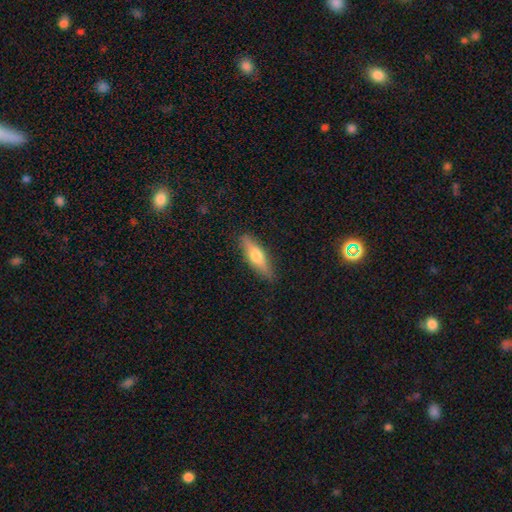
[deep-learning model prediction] Smooth or featured? smooth (53%)
How rounded? cigar-shaped (63%)
Merging? none (87%)